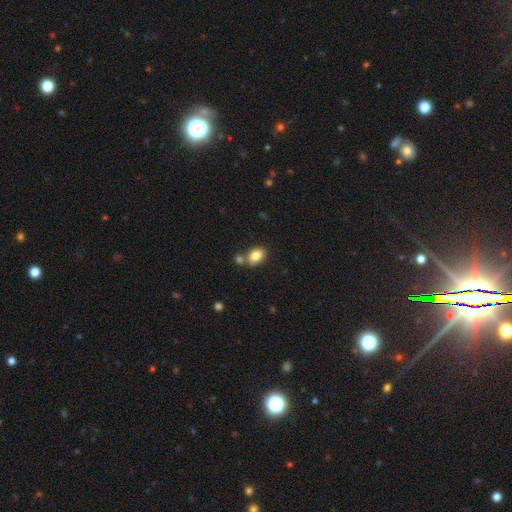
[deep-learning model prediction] smooth_or_featured: smooth (p=0.82) [alt: featured or disk p=0.09]
how_rounded: in between (p=0.76) [alt: round p=0.23]
merging: none (p=0.60) [alt: merger p=0.24]